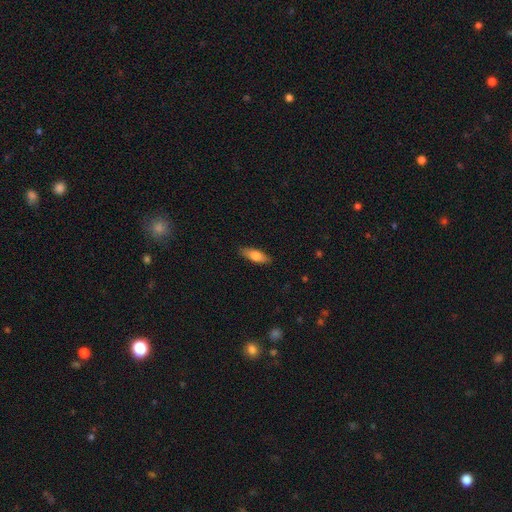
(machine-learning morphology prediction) A smooth galaxy with no disk features (73%) that is in between round and cigar-shaped (59%). Merging: none (87%).